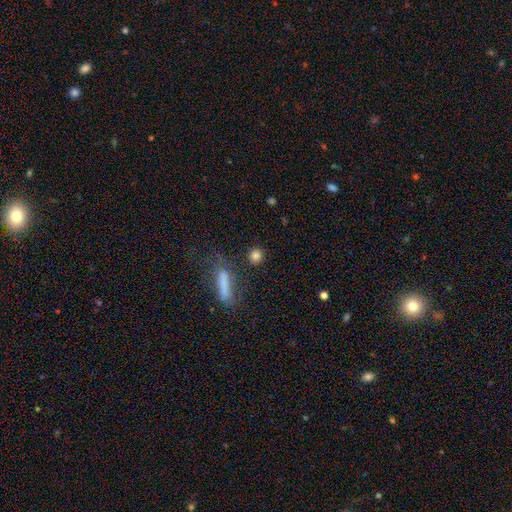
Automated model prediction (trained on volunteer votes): Smooth or featured?
  - smooth: 83% *
  - star or artifact: 11%
  - featured or disk: 6%
How rounded?
  - round: 87% *
  - in between: 9%
  - cigar-shaped: 5%
Merging?
  - none: 86% *
  - minor disturbance: 7%
  - merger: 4%
  - major disturbance: 3%